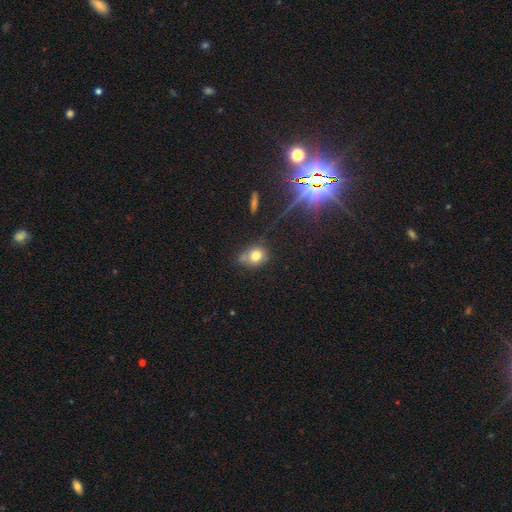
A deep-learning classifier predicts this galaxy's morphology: This appears to be a smooth galaxy with no disk features (74%) that is round (53%). Merging: none (54%).